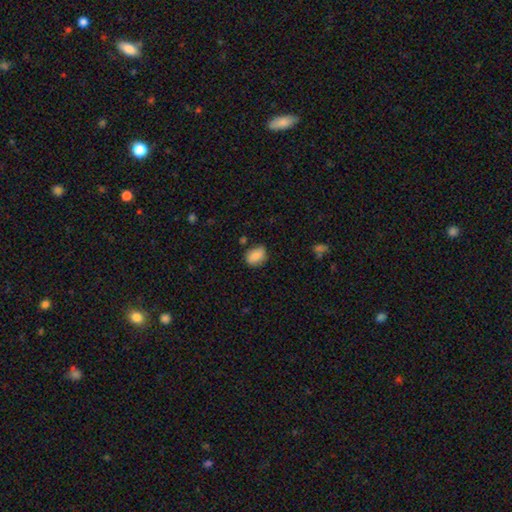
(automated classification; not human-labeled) This appears to be a smooth galaxy with no disk features (82%) that is in between round and cigar-shaped (64%). Merging: none (71%).